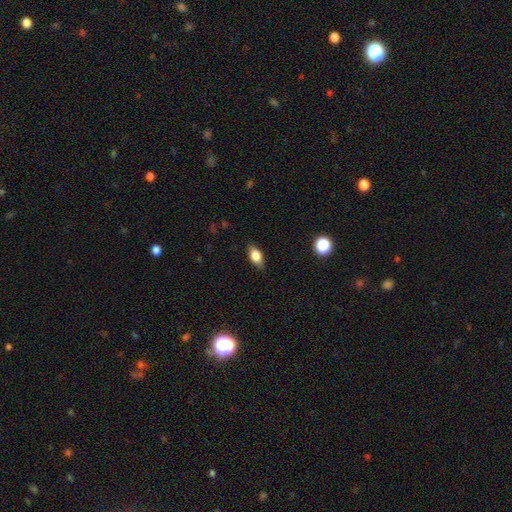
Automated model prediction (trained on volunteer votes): A smooth galaxy with no disk features (78%) that is in between round and cigar-shaped (85%).

Vote fractions:
- Smooth or featured? smooth: 78% / featured or disk: 14% / star or artifact: 8%
- How rounded? in between: 85% / round: 8% / cigar-shaped: 7%
- Merging? none: 81% / minor disturbance: 14% / major disturbance: 3% / merger: 1%